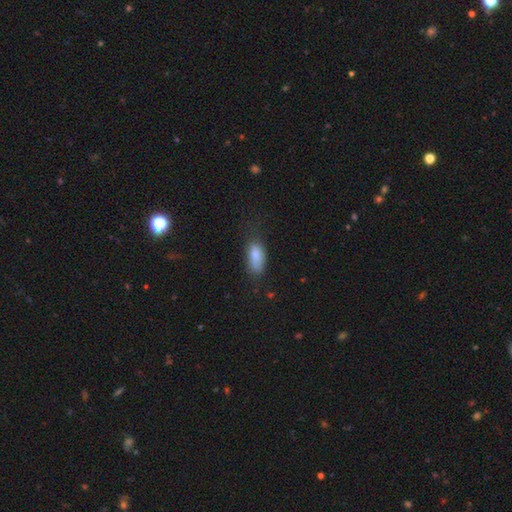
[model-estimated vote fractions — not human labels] Q: Smooth or featured?
A: smooth (83%); runner-up: featured or disk (9%)
Q: How rounded?
A: in between (86%); runner-up: cigar-shaped (11%)
Q: Merging?
A: none (53%); runner-up: minor disturbance (30%)